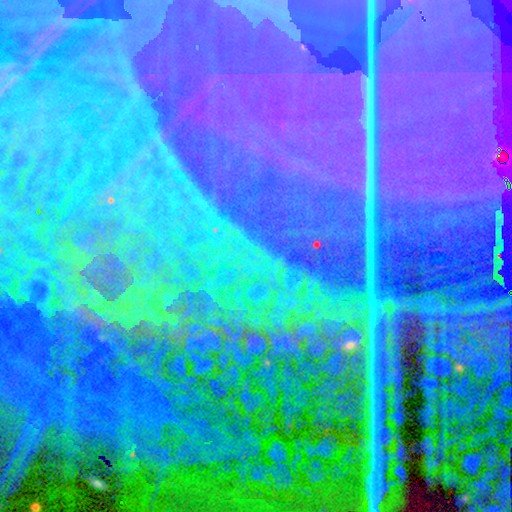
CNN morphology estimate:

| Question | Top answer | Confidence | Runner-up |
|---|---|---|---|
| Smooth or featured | star or artifact | 88% | featured or disk (7%) |